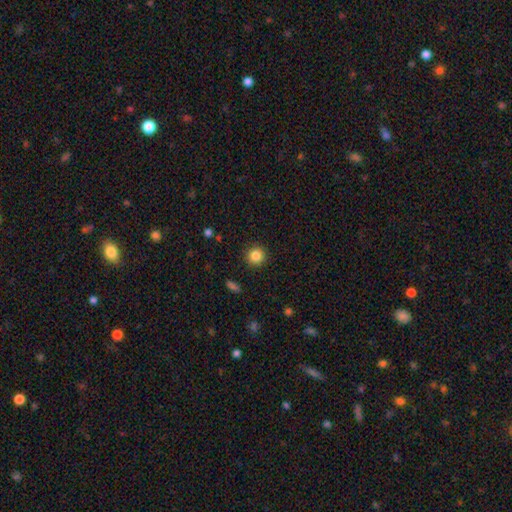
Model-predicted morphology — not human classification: smooth 84%, star or artifact 11%, featured or disk 5%. Down the decision tree: how rounded — round (94%); merging — none (91%).